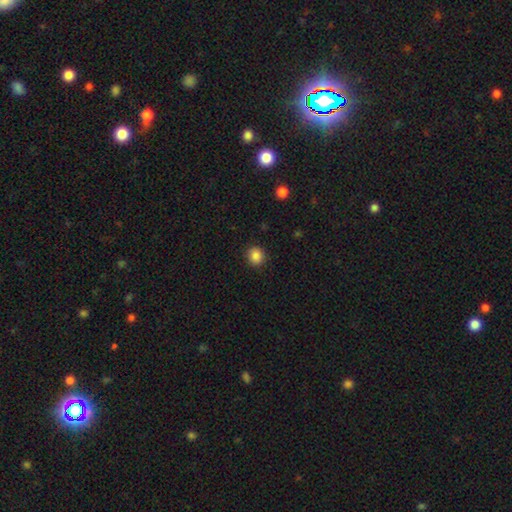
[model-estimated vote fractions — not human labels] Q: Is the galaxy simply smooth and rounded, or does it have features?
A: smooth — 86%.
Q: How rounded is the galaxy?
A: round — 89%.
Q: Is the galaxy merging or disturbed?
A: none — 91%.